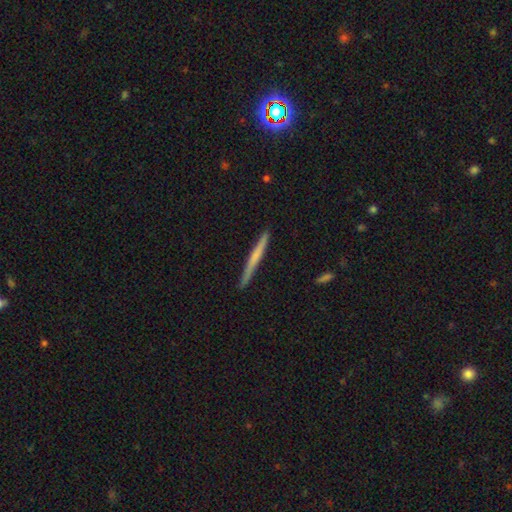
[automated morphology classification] Q: Smooth or featured?
A: smooth (54%); runner-up: featured or disk (41%)
Q: How rounded?
A: cigar-shaped (97%); runner-up: in between (2%)
Q: Merging?
A: none (90%); runner-up: minor disturbance (8%)